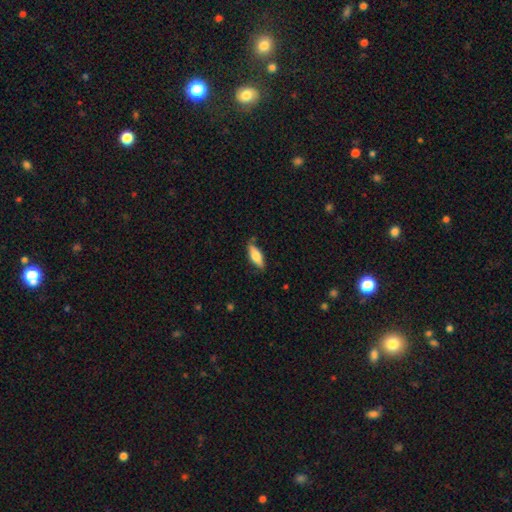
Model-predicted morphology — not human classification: Smooth or featured: smooth — 75% (featured or disk — 19%)
How rounded: in between — 69% (cigar-shaped — 29%)
Merging: none — 77% (minor disturbance — 18%)